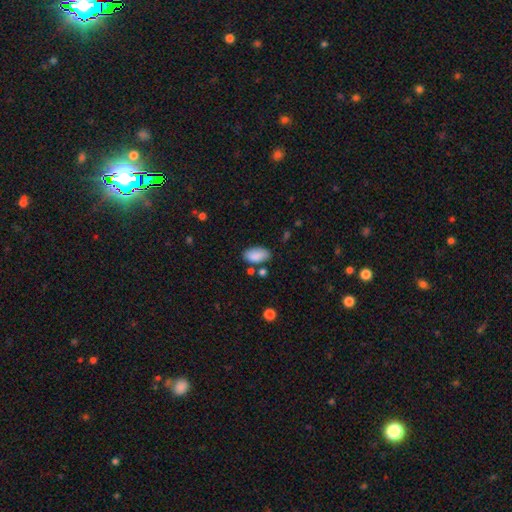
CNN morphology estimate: Smooth or featured: smooth — 88% (star or artifact — 7%)
How rounded: in between — 94% (round — 3%)
Merging: none — 74% (minor disturbance — 16%)